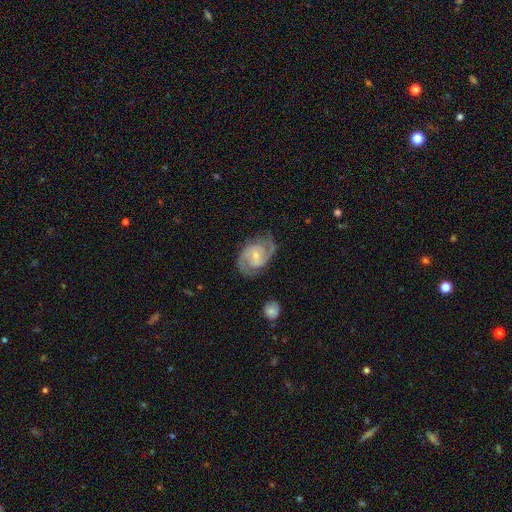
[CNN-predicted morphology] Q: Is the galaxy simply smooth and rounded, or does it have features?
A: featured or disk — 85%.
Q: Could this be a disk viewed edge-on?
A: no — 97%.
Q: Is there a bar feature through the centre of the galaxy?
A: weak — 49%.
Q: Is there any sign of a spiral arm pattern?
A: yes — 95%.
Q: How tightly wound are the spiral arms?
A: medium — 54%.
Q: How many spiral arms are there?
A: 2 — 86%.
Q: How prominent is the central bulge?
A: small — 64%.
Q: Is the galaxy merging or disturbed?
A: none — 73%.